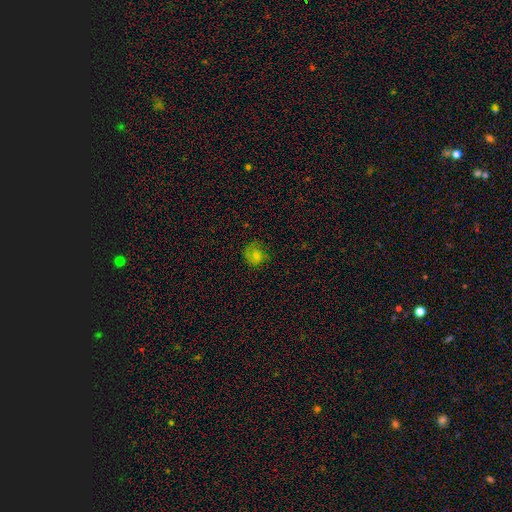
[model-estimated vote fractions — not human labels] Smooth or featured: smooth — 62% (featured or disk — 23%)
How rounded: round — 70% (in between — 29%)
Merging: none — 64% (minor disturbance — 23%)